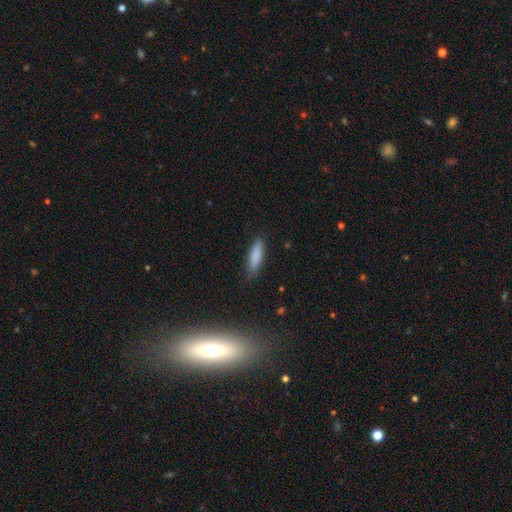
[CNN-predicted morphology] This appears to be a smooth galaxy with no disk features (84%) that is cigar-shaped (63%). Merging: none (82%).